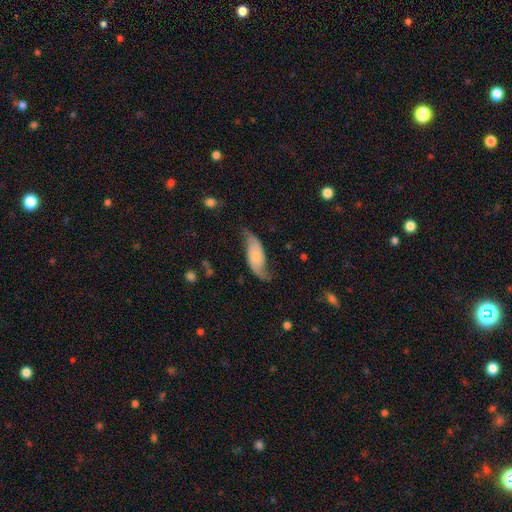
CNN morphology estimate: featured or disk 64%, smooth 29%, star or artifact 7%. Down the decision tree: edge-on disk — no (92%); bar — no (73%); spiral arms — yes (90%); spiral arm count — 2 (88%); spiral winding — loose (64%); bulge size — small (63%); merging — none (58%).